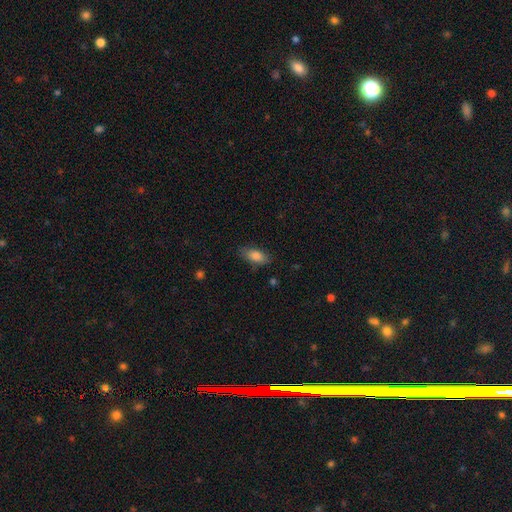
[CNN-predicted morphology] smooth-or-featured: smooth: 83% | featured or disk: 9% | star or artifact: 8%
  how-rounded: in between: 84% | cigar-shaped: 13% | round: 3%
  merging: none: 78% | minor disturbance: 17% | major disturbance: 4% | merger: 1%